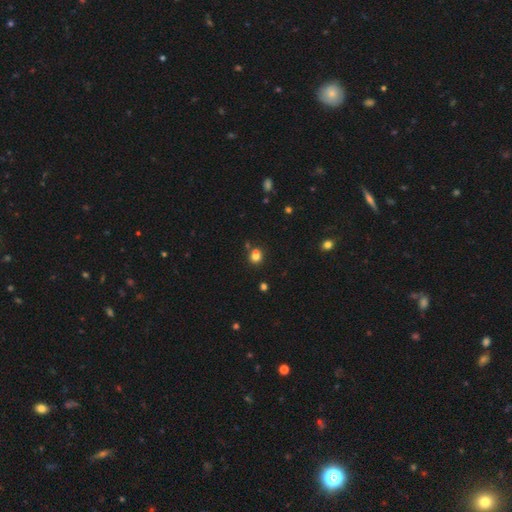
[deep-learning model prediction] This is likely a smooth galaxy (77%). How rounded: likely round (75%). Merging: possibly none (57%).